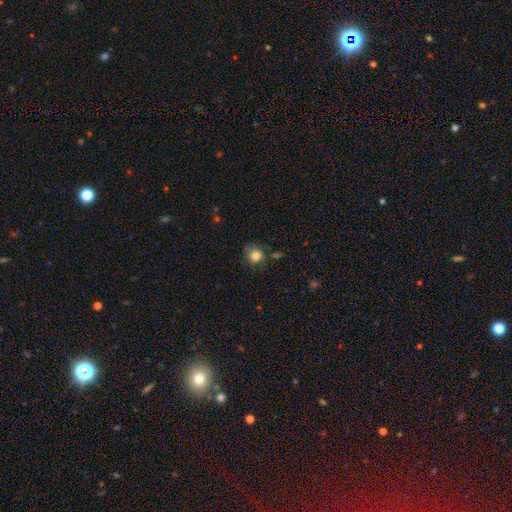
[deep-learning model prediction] Overall: smooth (81%). How rounded: round (82%). Merging: none (62%; minor disturbance 25%).